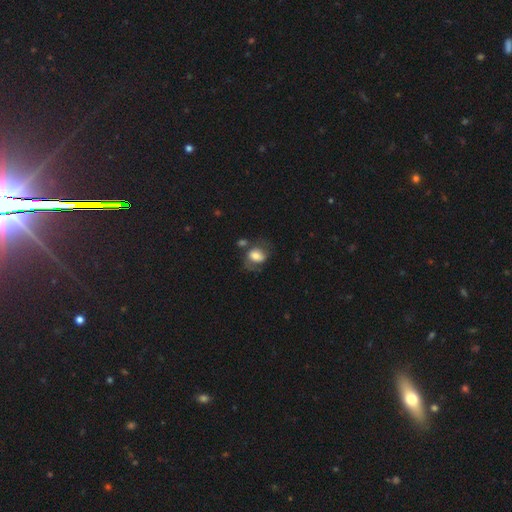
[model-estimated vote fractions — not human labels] Morphology: type=smooth (64%); roundness=in between (61%); merging=none (46%).